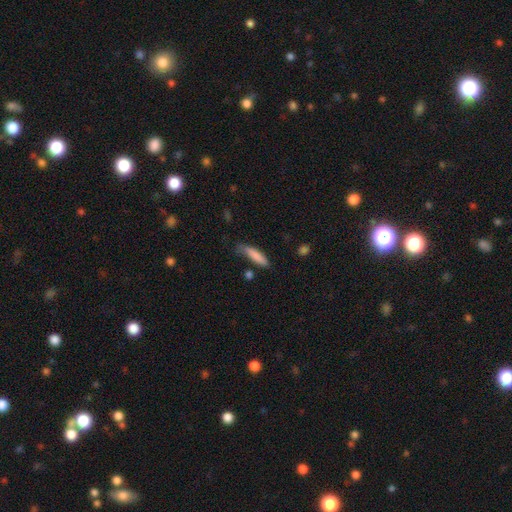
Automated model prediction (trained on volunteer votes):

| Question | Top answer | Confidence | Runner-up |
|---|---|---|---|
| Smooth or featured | smooth | 83% | featured or disk (10%) |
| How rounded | cigar-shaped | 76% | in between (23%) |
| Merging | none | 60% | minor disturbance (29%) |